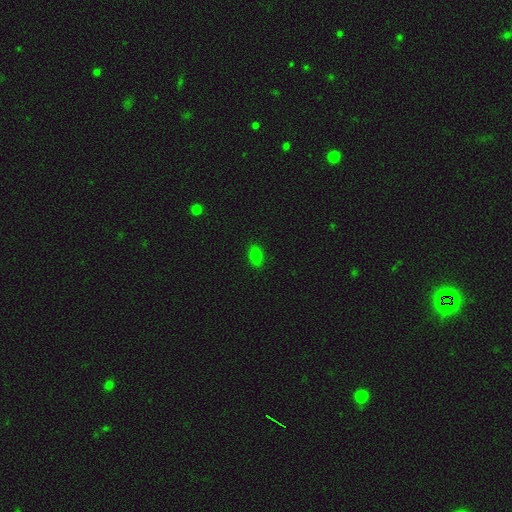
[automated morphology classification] Smooth or featured?
  - smooth: 80% *
  - star or artifact: 13%
  - featured or disk: 6%
How rounded?
  - in between: 86% *
  - round: 7%
  - cigar-shaped: 7%
Merging?
  - none: 88% *
  - minor disturbance: 9%
  - major disturbance: 2%
  - merger: 1%